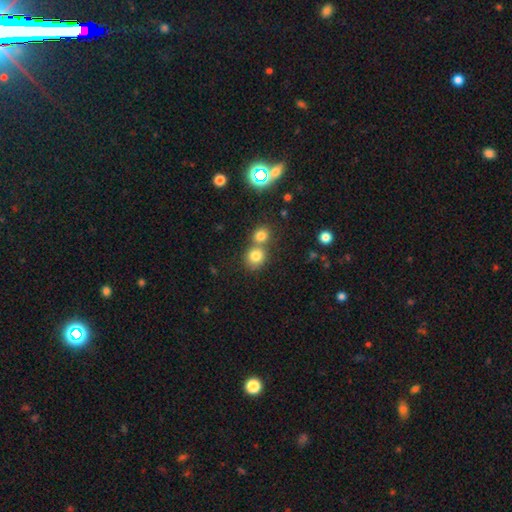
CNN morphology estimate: The model was most divided on "merging": none: 48%, merger: 43%, minor disturbance: 7%, major disturbance: 3%. More confident: how rounded — round (83%); smooth or featured — smooth (79%).